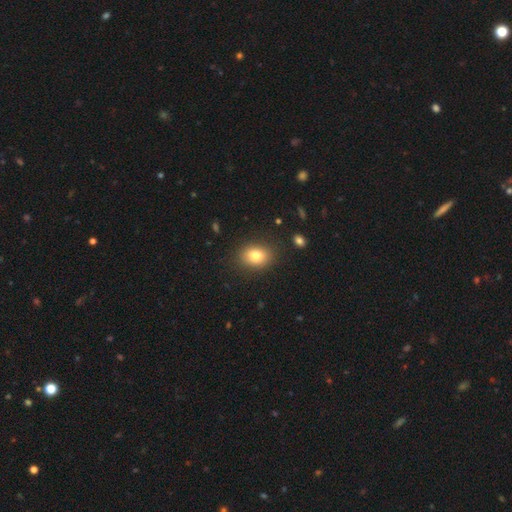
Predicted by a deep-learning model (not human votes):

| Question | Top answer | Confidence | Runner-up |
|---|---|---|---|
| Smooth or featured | smooth | 80% | star or artifact (10%) |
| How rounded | in between | 65% | round (33%) |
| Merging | none | 86% | minor disturbance (10%) |